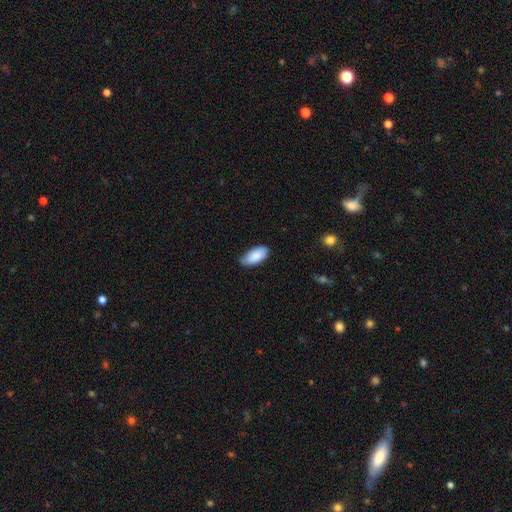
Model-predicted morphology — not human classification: Smooth or featured? smooth (88%)
How rounded? in between (93%)
Merging? none (70%)